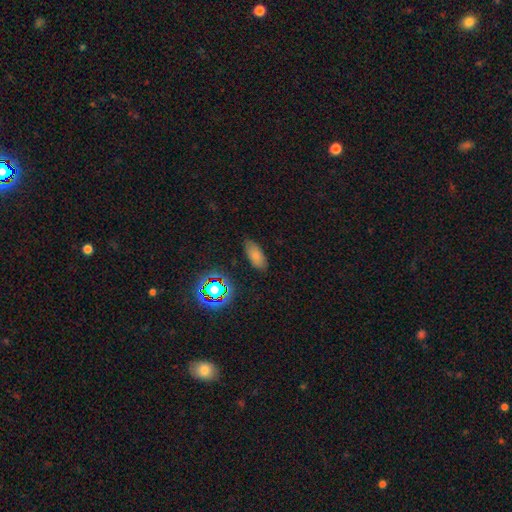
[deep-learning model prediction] The model was most divided on "smooth or featured": smooth: 76%, star or artifact: 14%, featured or disk: 10%. More confident: how rounded — in between (88%); merging — none (82%).